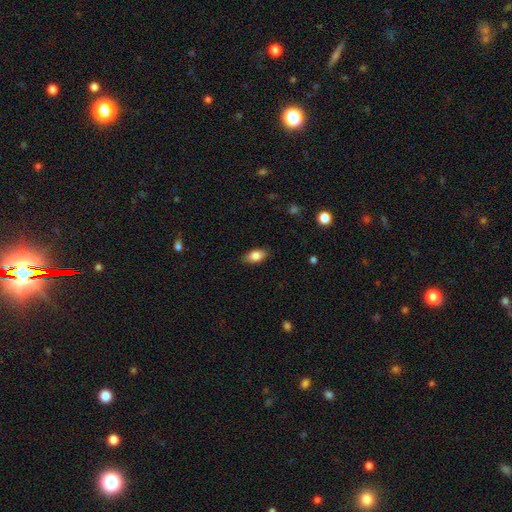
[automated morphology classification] Smooth or featured: smooth — 82% (featured or disk — 11%)
How rounded: in between — 89% (round — 6%)
Merging: none — 86% (minor disturbance — 11%)